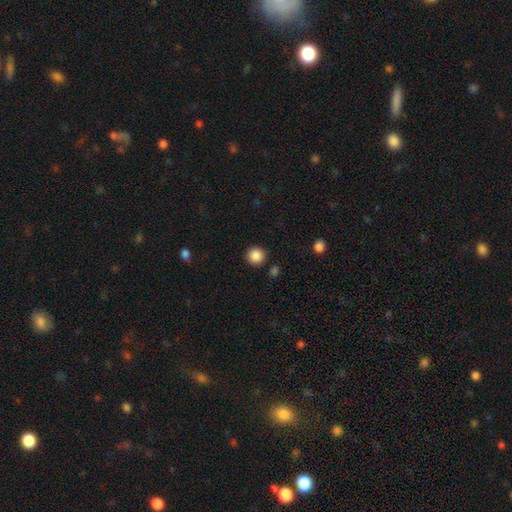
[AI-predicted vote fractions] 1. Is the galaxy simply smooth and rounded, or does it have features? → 87% smooth, 10% star or artifact, 3% featured or disk.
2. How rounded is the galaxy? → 94% round, 5% in between, 1% cigar-shaped.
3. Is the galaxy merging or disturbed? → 90% none, 6% minor disturbance, 2% merger, 2% major disturbance.